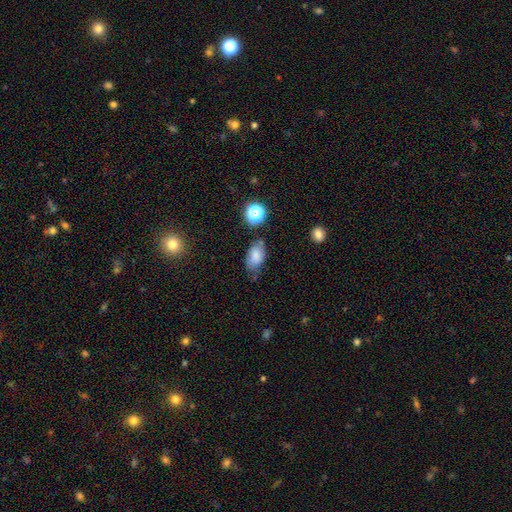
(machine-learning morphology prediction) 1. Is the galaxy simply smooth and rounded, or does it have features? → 79% smooth, 11% star or artifact, 10% featured or disk.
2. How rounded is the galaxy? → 89% in between, 8% round, 2% cigar-shaped.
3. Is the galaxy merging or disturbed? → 62% none, 25% minor disturbance, 7% major disturbance, 6% merger.